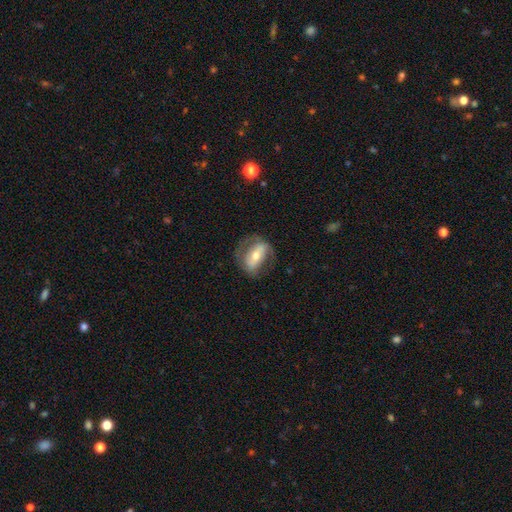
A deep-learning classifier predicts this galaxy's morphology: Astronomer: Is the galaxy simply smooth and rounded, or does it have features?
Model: featured or disk — 59% (runner-up: smooth, 35%).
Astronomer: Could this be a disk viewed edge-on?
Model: no — 90%.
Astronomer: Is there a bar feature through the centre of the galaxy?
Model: strong — 47% (runner-up: no, 29%).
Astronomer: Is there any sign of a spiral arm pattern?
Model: yes — 55% (runner-up: no, 45%).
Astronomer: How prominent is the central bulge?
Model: moderate — 58% (runner-up: small, 34%).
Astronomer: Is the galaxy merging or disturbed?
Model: none — 64%.